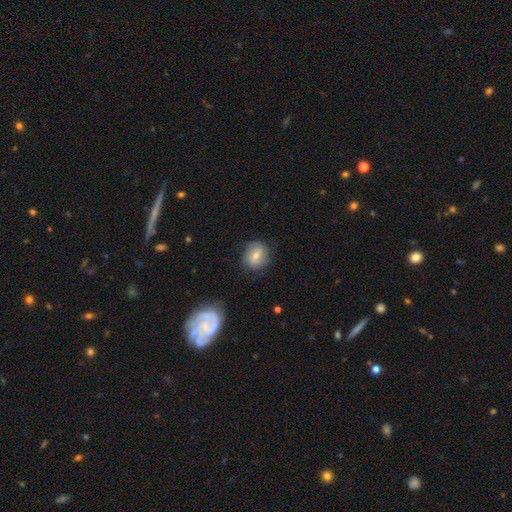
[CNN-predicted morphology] Smooth or featured?
  - smooth: 62% *
  - featured or disk: 30%
  - star or artifact: 9%
How rounded?
  - round: 64% *
  - in between: 35%
  - cigar-shaped: 1%
Merging?
  - none: 76% *
  - minor disturbance: 18%
  - major disturbance: 5%
  - merger: 1%